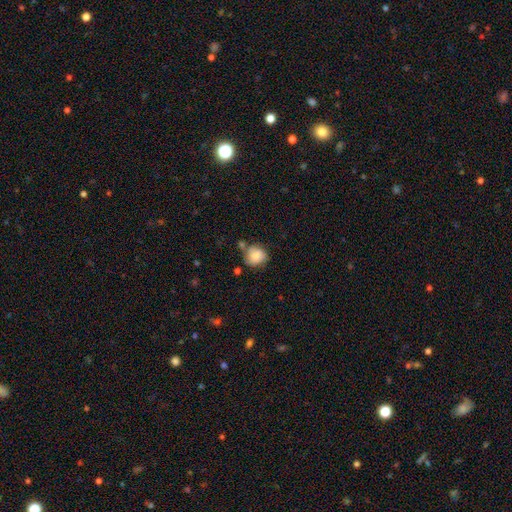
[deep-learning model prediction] A smooth galaxy with no disk features (79%) that is round (79%).

Vote fractions:
- Smooth or featured? smooth: 79% / featured or disk: 13% / star or artifact: 8%
- How rounded? round: 79% / in between: 20% / cigar-shaped: 1%
- Merging? none: 58% / minor disturbance: 23% / merger: 12% / major disturbance: 6%